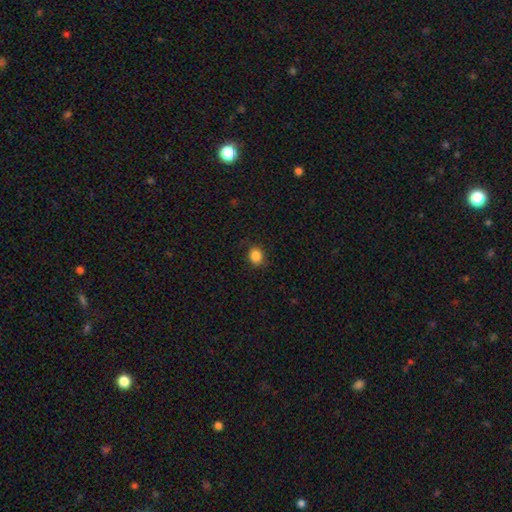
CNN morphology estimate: Smooth or featured? Predicted: smooth (p=0.85). How rounded? Predicted: round (p=0.62). Merging? Predicted: none (p=0.83).